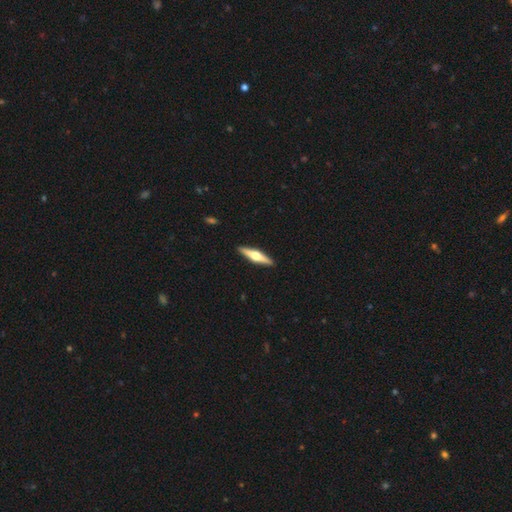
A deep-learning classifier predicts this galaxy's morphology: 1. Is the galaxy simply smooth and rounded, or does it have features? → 69% featured or disk, 26% smooth, 5% star or artifact.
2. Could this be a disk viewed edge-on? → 97% yes, 3% no.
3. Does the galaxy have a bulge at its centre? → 95% rounded, 3% boxy, 2% none.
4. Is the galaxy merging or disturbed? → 92% none, 6% minor disturbance, 1% major disturbance, 1% merger.